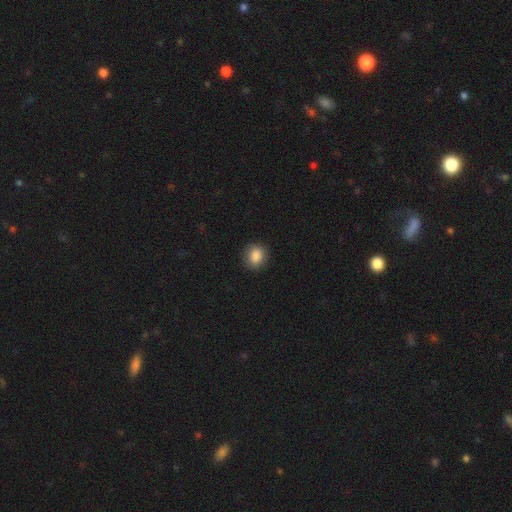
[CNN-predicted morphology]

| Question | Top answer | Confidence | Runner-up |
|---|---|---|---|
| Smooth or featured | smooth | 87% | star or artifact (9%) |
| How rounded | round | 72% | in between (27%) |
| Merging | none | 87% | minor disturbance (10%) |